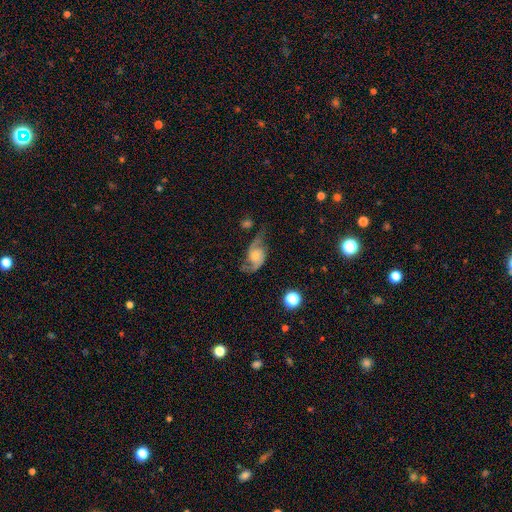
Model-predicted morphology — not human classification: smooth-or-featured: featured or disk: 81% | smooth: 12% | star or artifact: 7%
  disk-edge-on: no: 97% | yes: 3%
    bar: no: 68% | weak: 27% | strong: 5%
    has-spiral-arms: yes: 95% | no: 5%
      spiral-winding: loose: 49% | medium: 40% | tight: 11%
      spiral-arm-count: 2: 91% | can't tell: 3% | 1: 3% | 3: 1% | 4: 1% | more than 4: 1%
    bulge-size: small: 42% (tied) | moderate: 42% (tied) | none: 8% | large: 7% | dominant: 2%
  merging: none: 60% | minor disturbance: 22% | major disturbance: 15% | merger: 3%